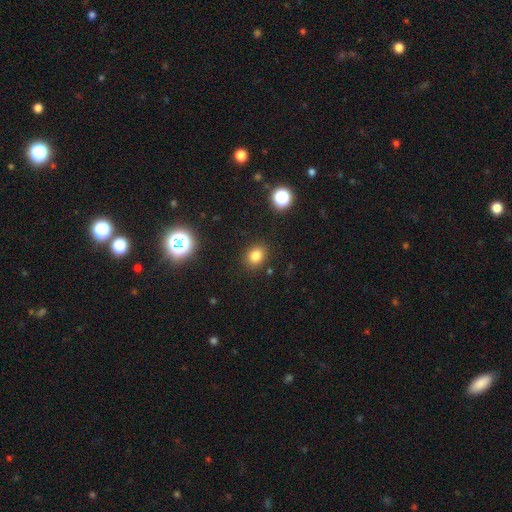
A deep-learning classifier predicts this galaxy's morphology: This is likely a smooth galaxy (79%). How rounded: possibly round (60%). Merging: clearly none (86%).